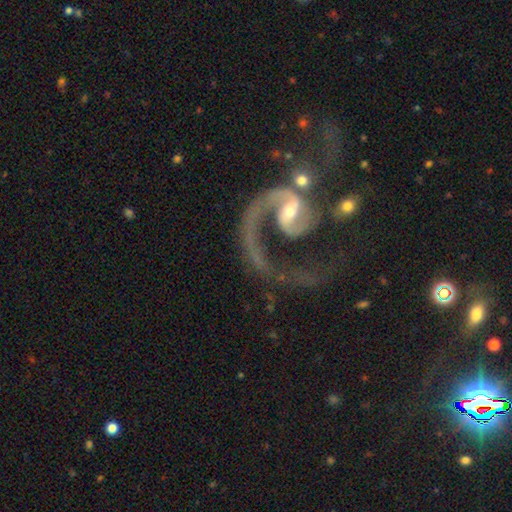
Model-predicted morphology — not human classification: type=featured or disk (90%); edge-on=no (98%); bar=weak (42%); spiral arms=yes (96%); winding=medium (45%); arm count=2 (53%); bulge=small (51%); merging=major disturbance (35%, tied with none).